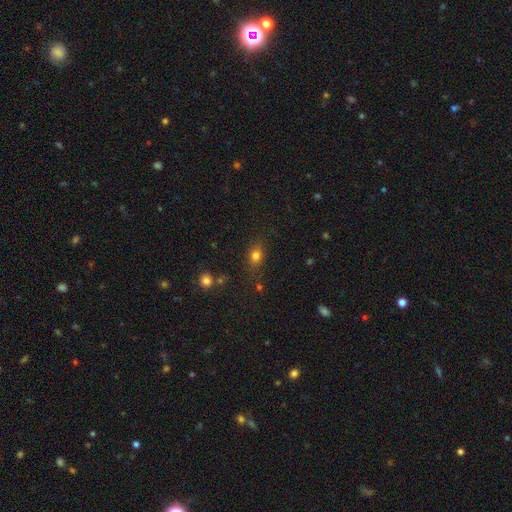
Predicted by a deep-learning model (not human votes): Smooth or featured: smooth — 78% (star or artifact — 14%)
How rounded: in between — 59% (round — 38%)
Merging: none — 77% (minor disturbance — 15%)